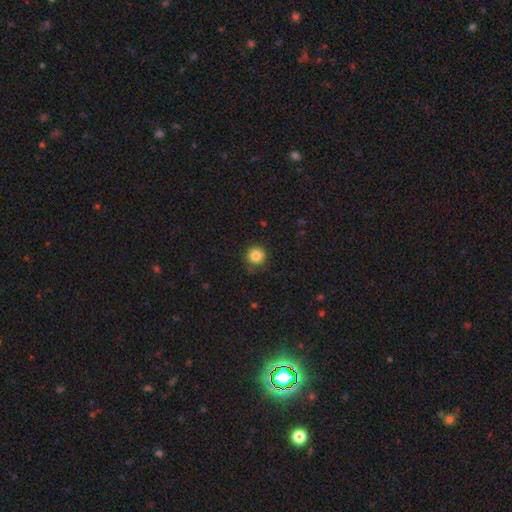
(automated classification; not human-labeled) smooth 84%, star or artifact 11%, featured or disk 5%. Down the decision tree: how rounded — round (95%); merging — none (87%).